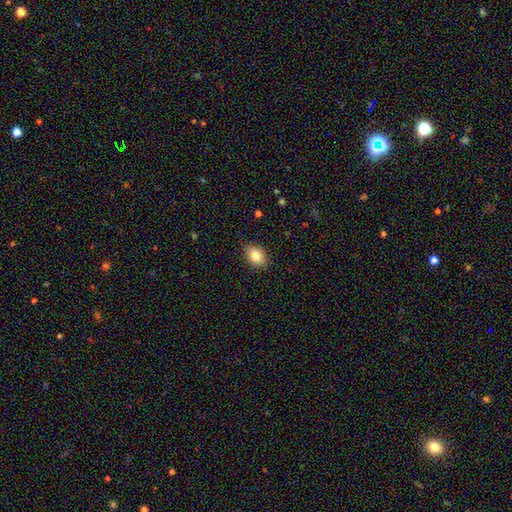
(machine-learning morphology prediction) type=smooth (83%); roundness=in between (76%); merging=none (87%).